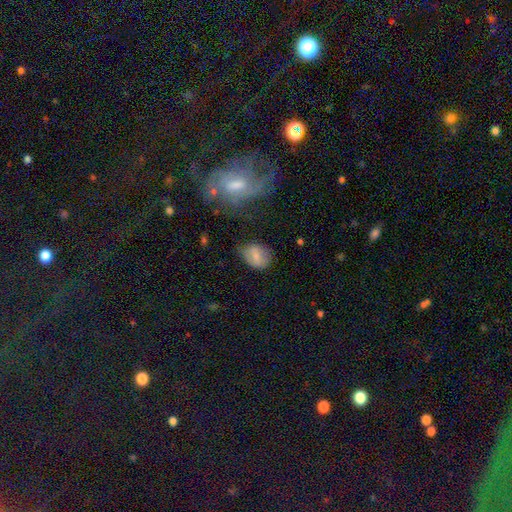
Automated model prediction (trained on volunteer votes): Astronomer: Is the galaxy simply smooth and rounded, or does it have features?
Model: smooth — 69%.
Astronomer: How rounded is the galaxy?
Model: in between — 61% (runner-up: round, 37%).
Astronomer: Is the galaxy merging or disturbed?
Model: none — 70%.